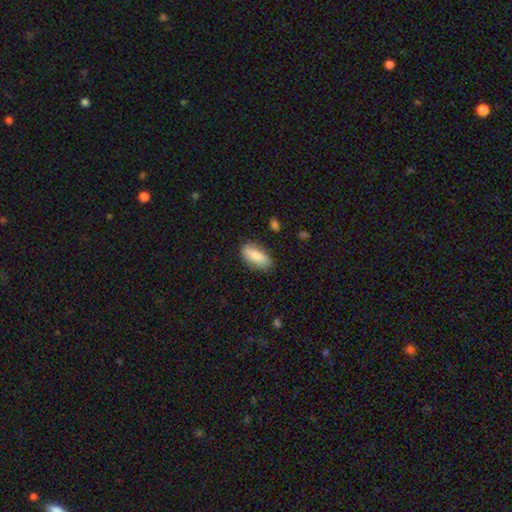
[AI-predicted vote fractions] Smooth or featured? smooth (80%)
How rounded? in between (83%)
Merging? none (80%)